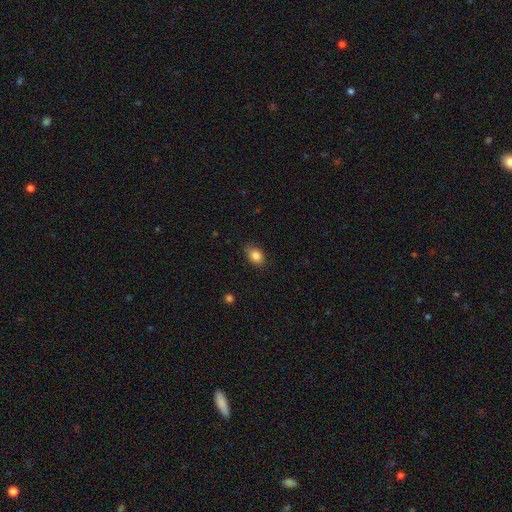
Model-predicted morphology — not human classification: A smooth galaxy with no disk features (85%) that is in between round and cigar-shaped (75%).

Vote fractions:
- Smooth or featured? smooth: 85% / star or artifact: 9% / featured or disk: 6%
- How rounded? in between: 75% / round: 23% / cigar-shaped: 1%
- Merging? none: 78% / minor disturbance: 18% / major disturbance: 3% / merger: 1%